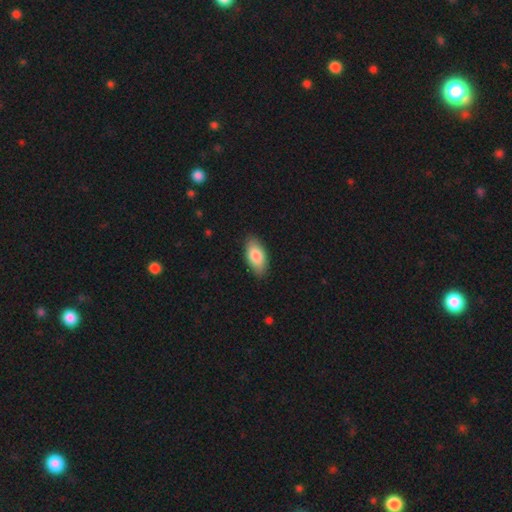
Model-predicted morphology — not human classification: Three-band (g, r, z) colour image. It shows a smooth galaxy with no disk features (83%) that is in between round and cigar-shaped (92%). Merging: none (87%).